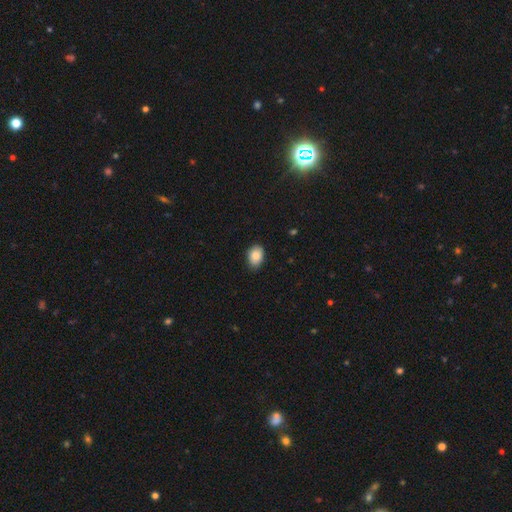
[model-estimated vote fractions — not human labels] The model was most divided on "how rounded": in between: 79%, round: 20%, cigar-shaped: 1%. More confident: smooth or featured — smooth (87%); merging — none (82%).